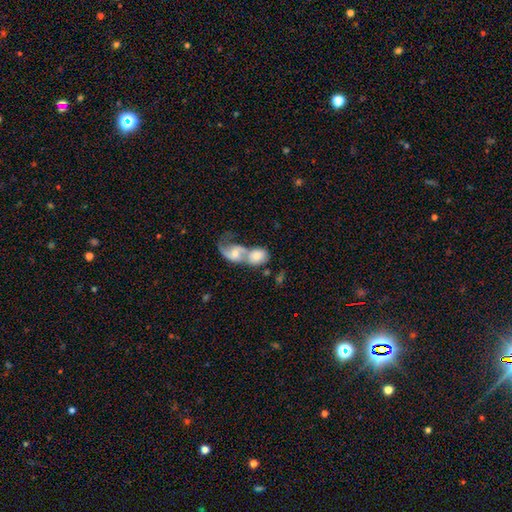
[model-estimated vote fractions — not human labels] Smooth or featured: featured or disk — 48% (smooth — 43%)
Merging: merger — 79% (none — 11%)